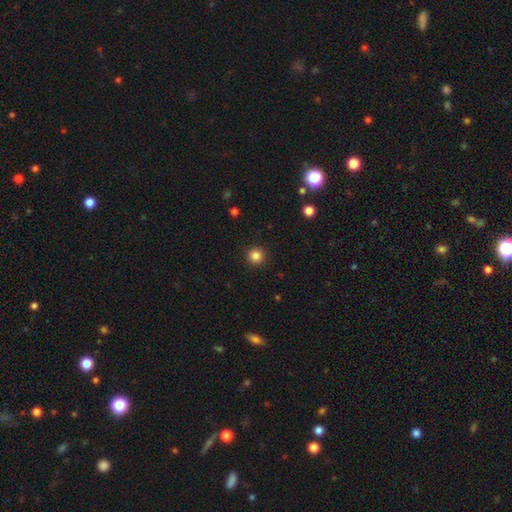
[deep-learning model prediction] A smooth galaxy with no disk features (84%) that is round (95%). Merging: none (92%).